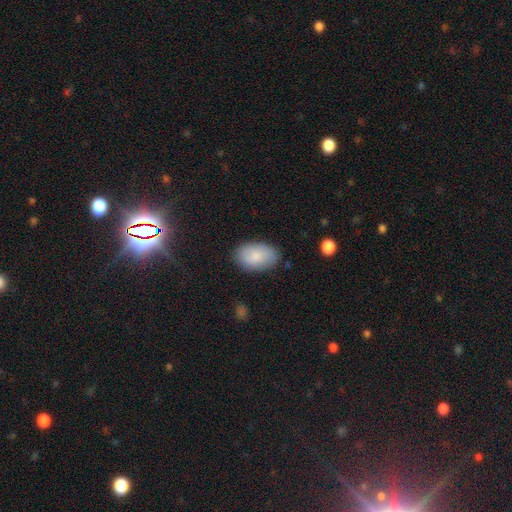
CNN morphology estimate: Smooth or featured: smooth — 85% (featured or disk — 9%)
How rounded: in between — 93% (round — 6%)
Merging: none — 83% (minor disturbance — 12%)